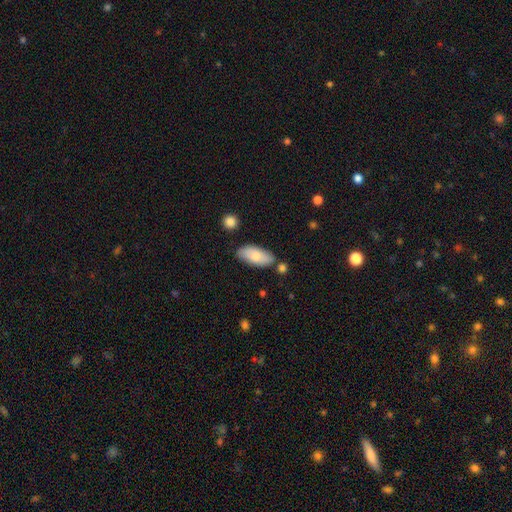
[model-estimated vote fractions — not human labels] A smooth galaxy with no disk features (75%) that is in between round and cigar-shaped (88%). Merging: none (75%).